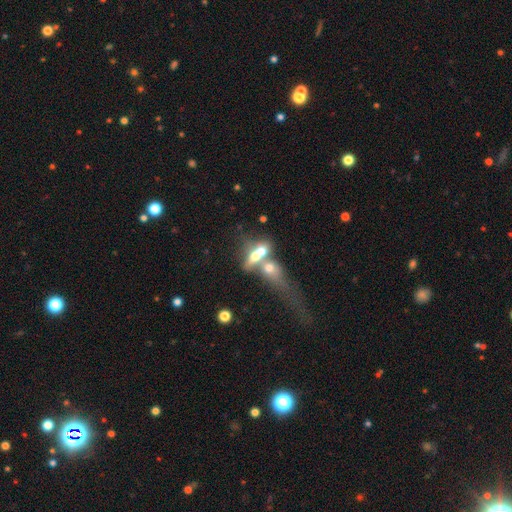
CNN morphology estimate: Smooth or featured?
  - smooth: 50% *
  - featured or disk: 38%
  - star or artifact: 12%
How rounded?
  - in between: 54% *
  - round: 28%
  - cigar-shaped: 18%
Merging?
  - merger: 72% *
  - none: 13%
  - major disturbance: 10%
  - minor disturbance: 6%